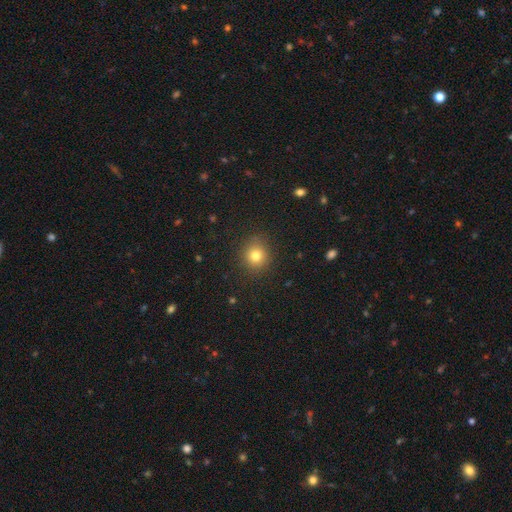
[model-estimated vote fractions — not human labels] Smooth or featured? Predicted: smooth (p=0.78). How rounded? Predicted: round (p=0.87). Merging? Predicted: none (p=0.89).